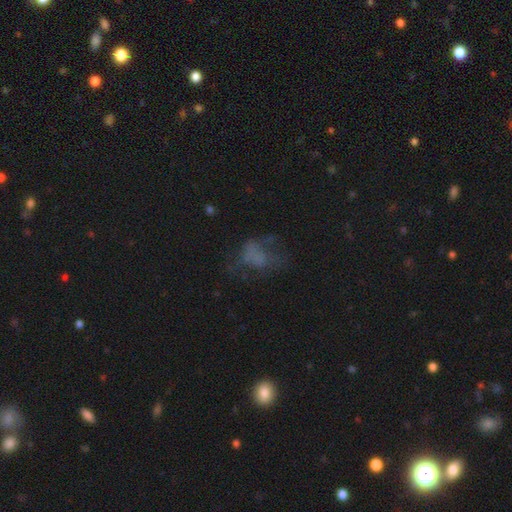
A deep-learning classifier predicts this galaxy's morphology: This is marginally a smooth galaxy (44%). Merging: marginally major disturbance (40%).